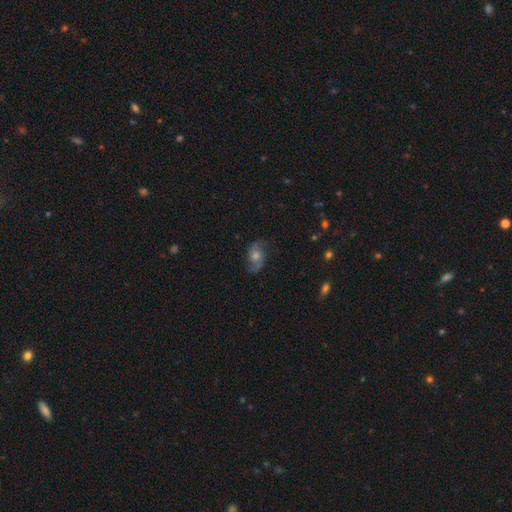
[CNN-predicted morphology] Smooth or featured: featured or disk — 76% (smooth — 13%)
Edge-on disk: no — 96% (yes — 4%)
Bar: no — 67% (weak — 28%)
Spiral arms: yes — 94% (no — 6%)
Spiral winding: loose — 49% (medium — 40%)
Spiral arm count: 2 — 91% (can't tell — 4%)
Bulge size: moderate — 59% (small — 22%)
Merging: none — 78% (minor disturbance — 14%)